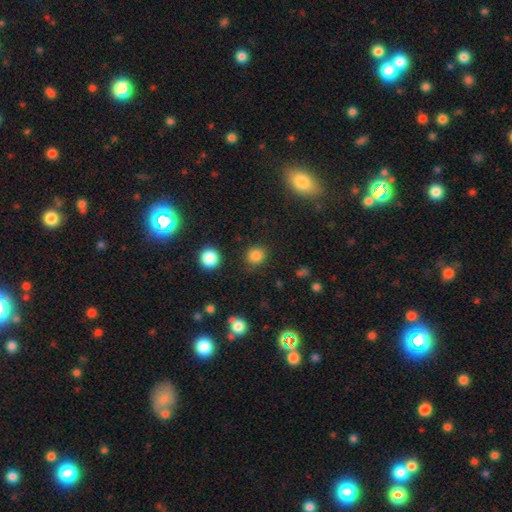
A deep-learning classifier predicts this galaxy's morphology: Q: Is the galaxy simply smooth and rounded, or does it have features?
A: smooth — 83%.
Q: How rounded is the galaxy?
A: round — 86%.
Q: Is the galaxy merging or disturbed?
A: none — 84%.